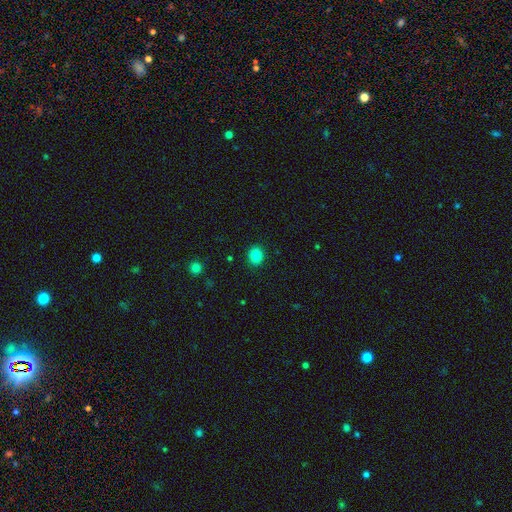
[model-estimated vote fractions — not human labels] Morphology: type=smooth (85%); roundness=round (55%); merging=none (89%).